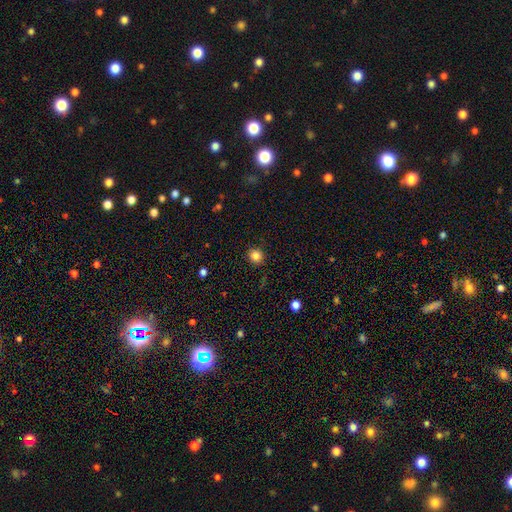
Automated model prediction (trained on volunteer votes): Smooth or featured? smooth (83%)
How rounded? round (88%)
Merging? none (90%)